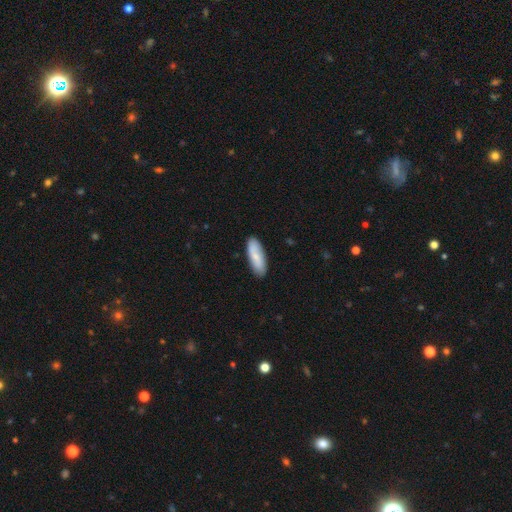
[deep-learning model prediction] Morphology: type=smooth (76%); roundness=in between (63%); merging=none (87%).